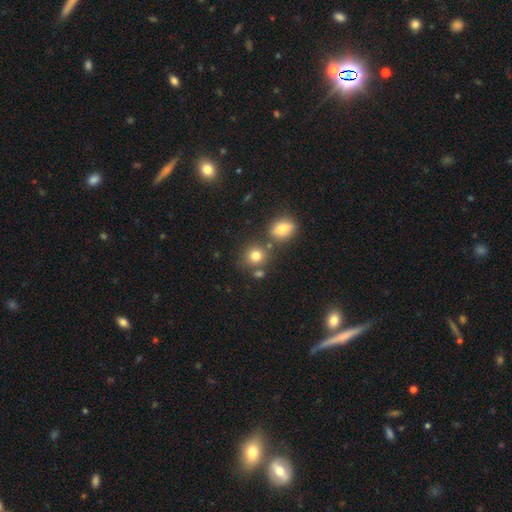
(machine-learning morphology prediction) A smooth galaxy with no disk features (79%) that is round (81%).

Vote fractions:
- Smooth or featured? smooth: 79% / star or artifact: 13% / featured or disk: 9%
- How rounded? round: 81% / in between: 18% / cigar-shaped: 1%
- Merging? none: 69% / merger: 17% / minor disturbance: 11% / major disturbance: 4%